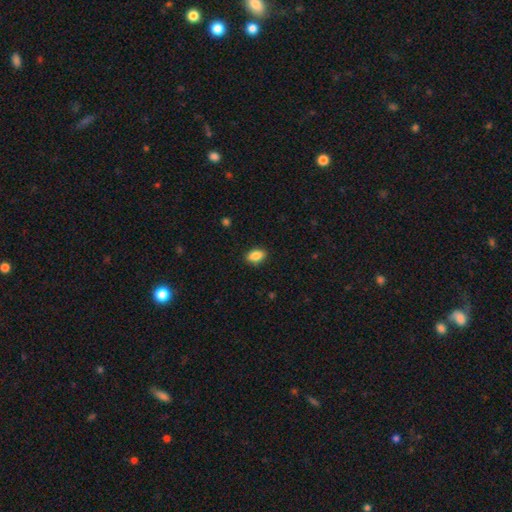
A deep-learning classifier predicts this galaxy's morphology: Q: Smooth or featured?
A: smooth (88%); runner-up: star or artifact (8%)
Q: How rounded?
A: in between (86%); runner-up: round (11%)
Q: Merging?
A: none (88%); runner-up: minor disturbance (9%)